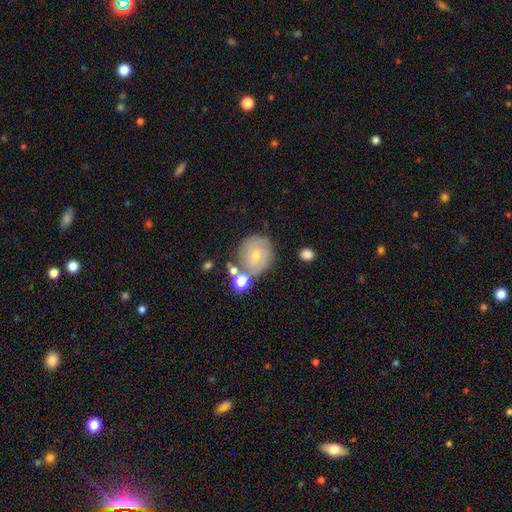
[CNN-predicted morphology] featured or disk 47%, smooth 41%, star or artifact 12%. Down the decision tree: merging — none (65%).